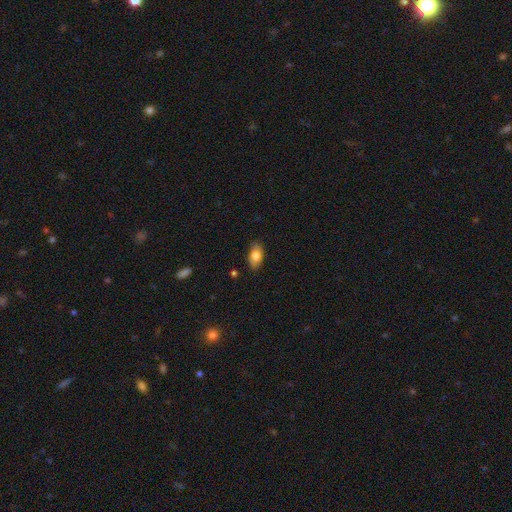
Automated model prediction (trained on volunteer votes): Smooth or featured? smooth (78%)
How rounded? in between (91%)
Merging? none (84%)